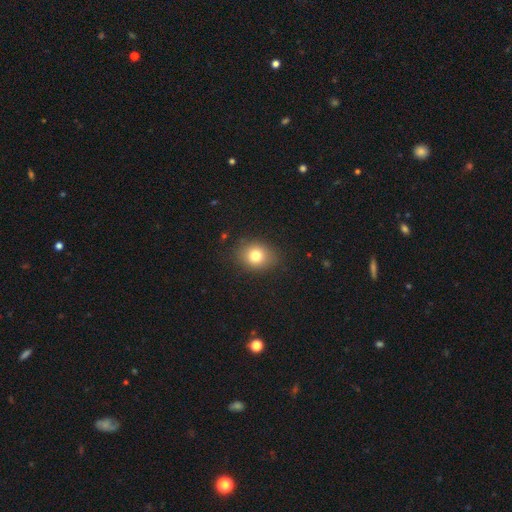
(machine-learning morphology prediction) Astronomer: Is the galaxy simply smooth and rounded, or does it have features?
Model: smooth — 79%.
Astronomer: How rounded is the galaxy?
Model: round — 60% (runner-up: in between, 39%).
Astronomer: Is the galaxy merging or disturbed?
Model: none — 84%.